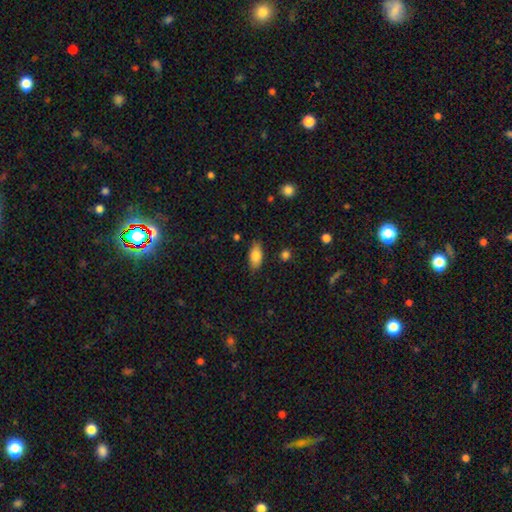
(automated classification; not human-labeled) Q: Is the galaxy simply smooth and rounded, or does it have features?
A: smooth — 83%.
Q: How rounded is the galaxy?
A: in between — 88%.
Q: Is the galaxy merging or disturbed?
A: none — 83%.